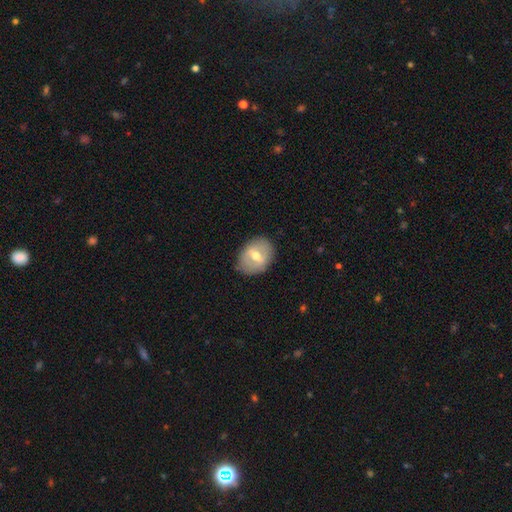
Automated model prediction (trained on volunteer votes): A featured or disk galaxy (47%).

Vote fractions:
- Smooth or featured? featured or disk: 47% / smooth: 46% / star or artifact: 7%
- Merging? none: 81% / minor disturbance: 14% / major disturbance: 4% / merger: 1%